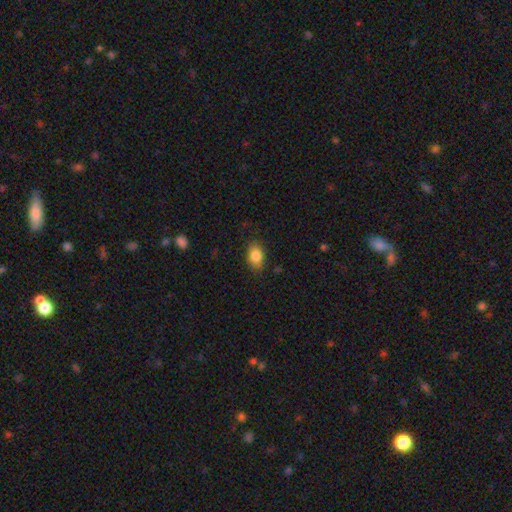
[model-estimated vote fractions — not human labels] Overall: smooth (85%). How rounded: in between (83%). Merging: none (82%).